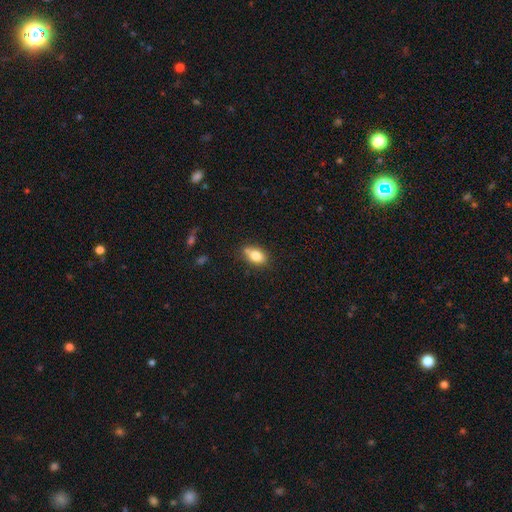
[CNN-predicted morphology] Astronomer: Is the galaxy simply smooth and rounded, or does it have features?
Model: smooth — 80%.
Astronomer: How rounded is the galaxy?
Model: in between — 82%.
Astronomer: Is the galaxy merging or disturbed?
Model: none — 64%.